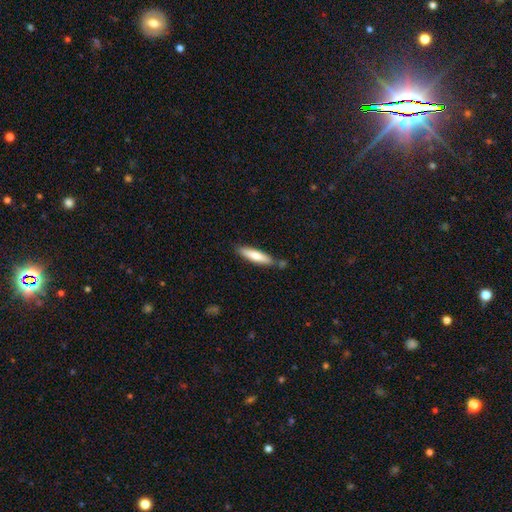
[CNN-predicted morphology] type=smooth (69%); roundness=cigar-shaped (80%); merging=none (78%).